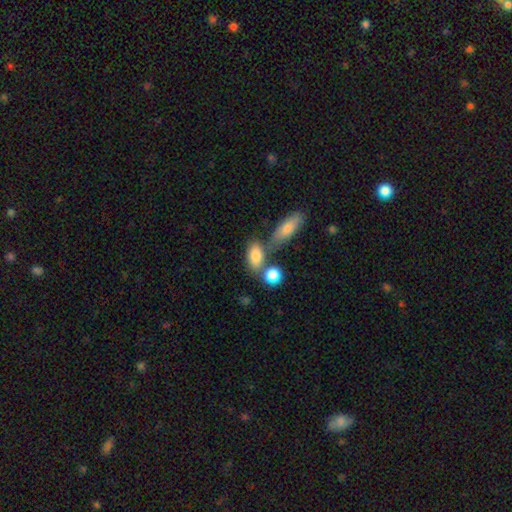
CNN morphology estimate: type=smooth (82%); roundness=in between (82%); merging=none (51%).